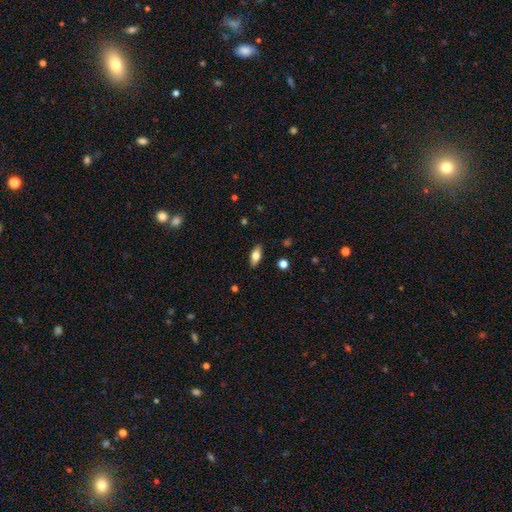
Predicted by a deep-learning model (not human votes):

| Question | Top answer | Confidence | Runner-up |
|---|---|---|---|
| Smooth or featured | smooth | 68% | featured or disk (25%) |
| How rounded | in between | 82% | cigar-shaped (14%) |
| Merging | none | 88% | minor disturbance (9%) |